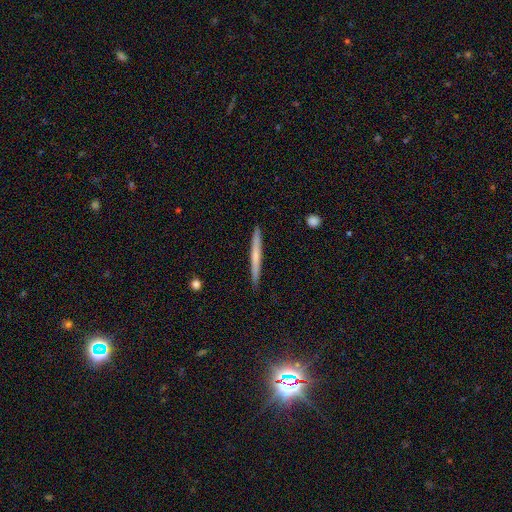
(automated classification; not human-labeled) This is possibly a smooth galaxy (53%). How rounded: clearly cigar-shaped (97%). Merging: clearly none (91%).